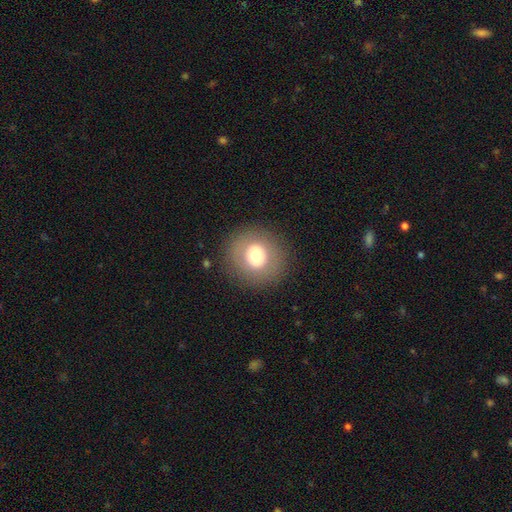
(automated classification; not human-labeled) smooth-or-featured: smooth: 69% | featured or disk: 21% | star or artifact: 11%
  how-rounded: round: 92% | in between: 8% | cigar-shaped: 1%
  merging: none: 87% | minor disturbance: 7% | major disturbance: 4% | merger: 1%